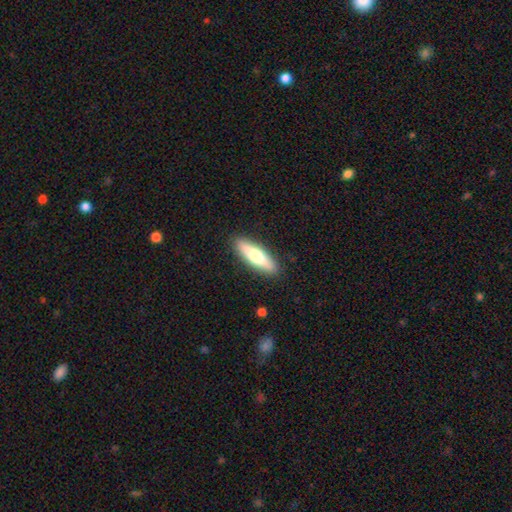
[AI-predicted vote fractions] The model was most divided on "how rounded": cigar-shaped: 63%, in between: 35%, round: 2%. More confident: merging — none (89%); smooth or featured — smooth (63%).